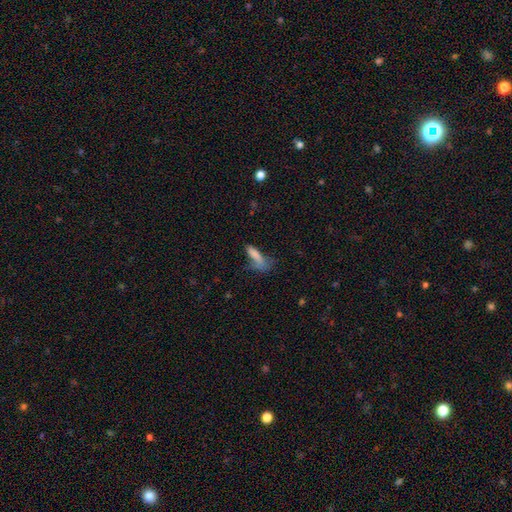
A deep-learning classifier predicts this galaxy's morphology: Overall: smooth (77%). How rounded: cigar-shaped (62%; in between 36%). Merging: none (35%; major disturbance 29%).